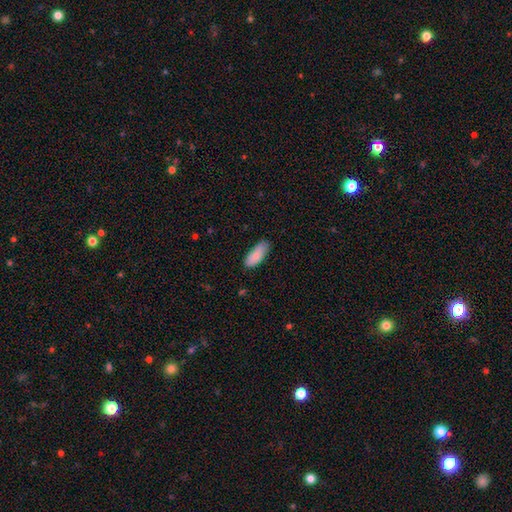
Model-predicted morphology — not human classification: smooth-or-featured: smooth: 87% | featured or disk: 7% | star or artifact: 6%
  how-rounded: in between: 76% | cigar-shaped: 22% | round: 2%
  merging: none: 80% | minor disturbance: 16% | major disturbance: 2% | merger: 1%